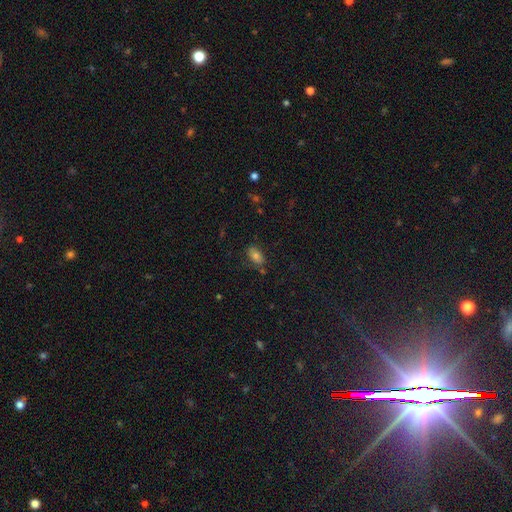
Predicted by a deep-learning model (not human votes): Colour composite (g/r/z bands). It shows a smooth galaxy with no disk features (76%) that is in between round and cigar-shaped (89%). Merging: none (74%).